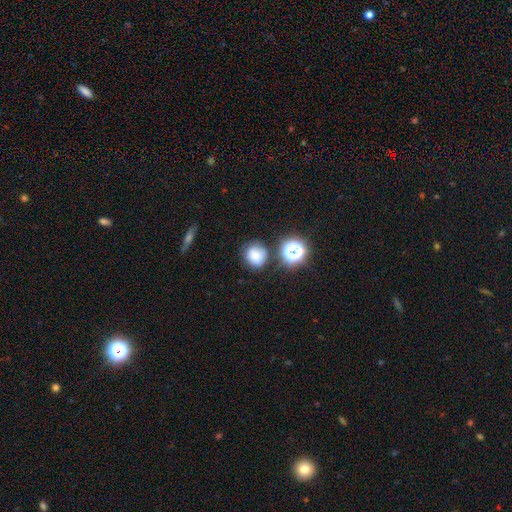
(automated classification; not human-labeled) This appears to be a smooth galaxy with no disk features (76%) that is round (83%). Merging: none (70%).